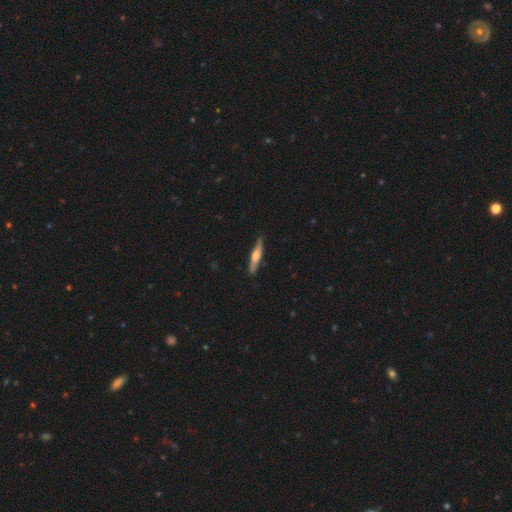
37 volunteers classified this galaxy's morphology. A featured or disk galaxy (70%) viewed edge-on (100%) with a rounded central bulge (77%). Merging: none (89%).